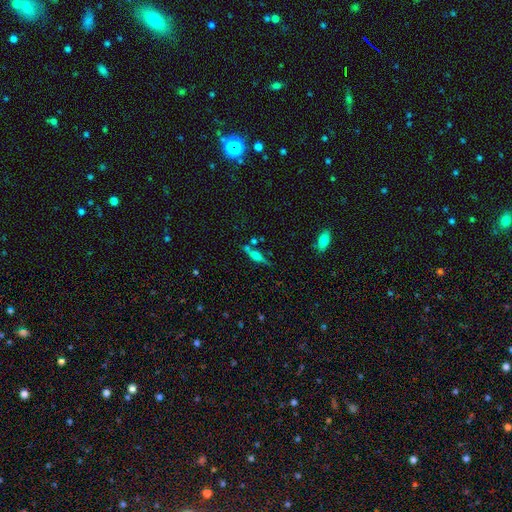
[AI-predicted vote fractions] Overall: featured or disk (63%; smooth 28%). Edge-on disk: yes (94%). Edge-on bulge: rounded (88%). Merging: none (70%).